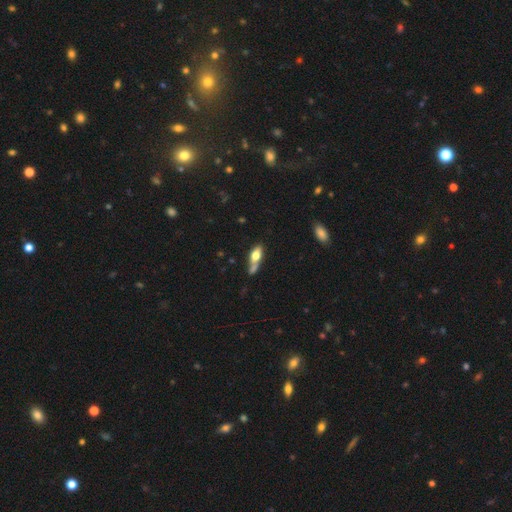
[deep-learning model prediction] Smooth or featured? smooth (64%)
How rounded? in between (71%)
Merging? none (36%)